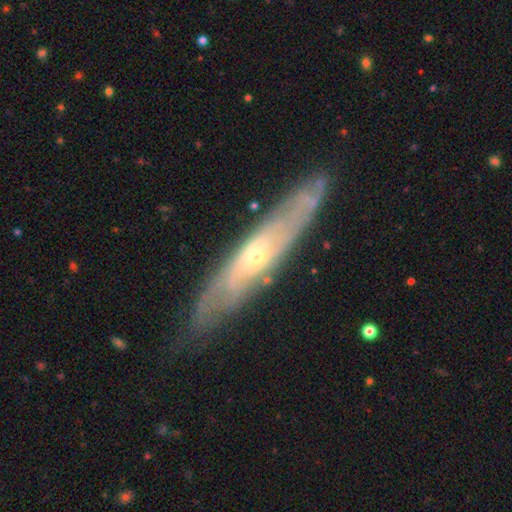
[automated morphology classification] Smooth or featured: featured or disk — 77% (smooth — 17%)
Edge-on disk: yes — 50% (tied with no — 50%)
Merging: none — 81% (minor disturbance — 14%)